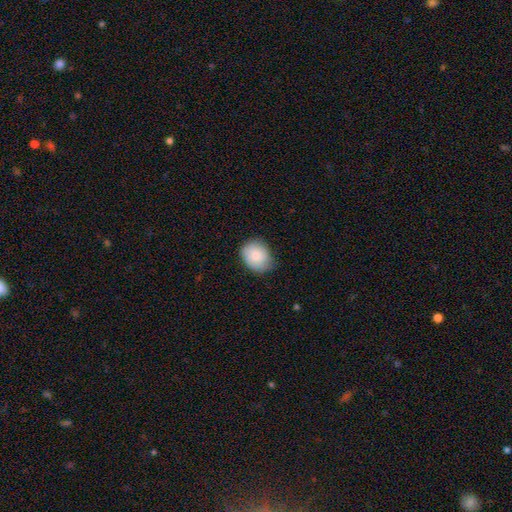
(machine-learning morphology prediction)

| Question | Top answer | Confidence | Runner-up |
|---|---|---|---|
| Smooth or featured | smooth | 83% | featured or disk (10%) |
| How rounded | round | 53% | in between (47%) |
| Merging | none | 69% | minor disturbance (26%) |